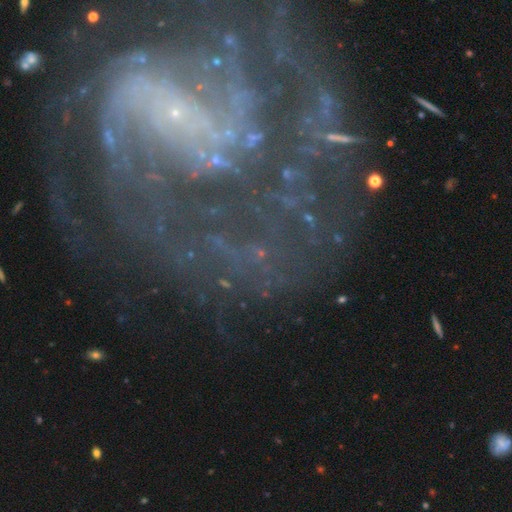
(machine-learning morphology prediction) Smooth or featured? Predicted: featured or disk (p=0.87). Edge-on disk? Predicted: no (p=0.98). Bar? Predicted: no (p=0.45). Spiral arms? Predicted: yes (p=0.95). Spiral winding? Predicted: medium (p=0.42). Spiral arm count? Predicted: 2 (p=0.38). Bulge size? Predicted: small (p=0.77). Merging? Predicted: none (p=0.59).